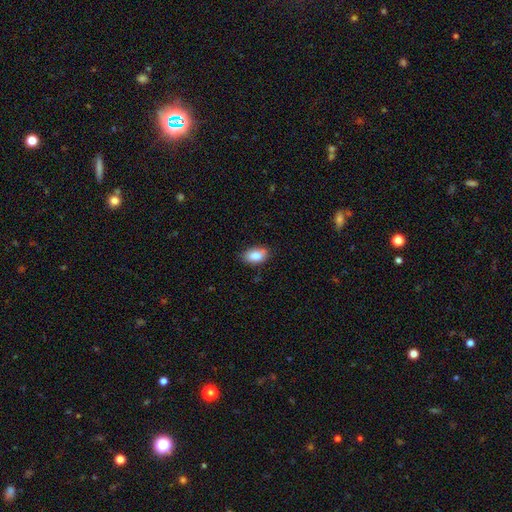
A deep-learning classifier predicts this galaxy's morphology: This is clearly a smooth galaxy (85%). How rounded: clearly in between (90%). Merging: clearly none (81%).